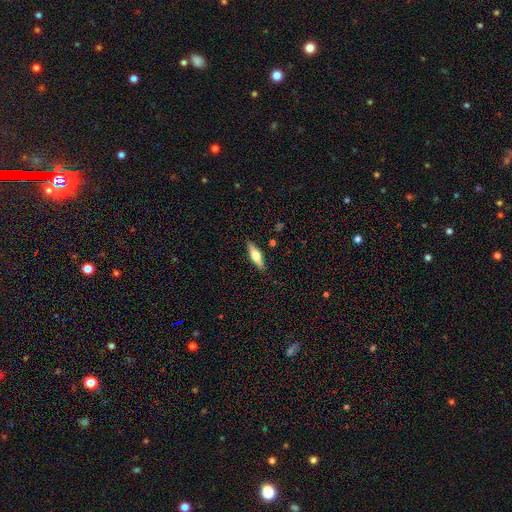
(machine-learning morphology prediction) type=featured or disk (52%); edge-on=yes (93%); merging=none (88%).